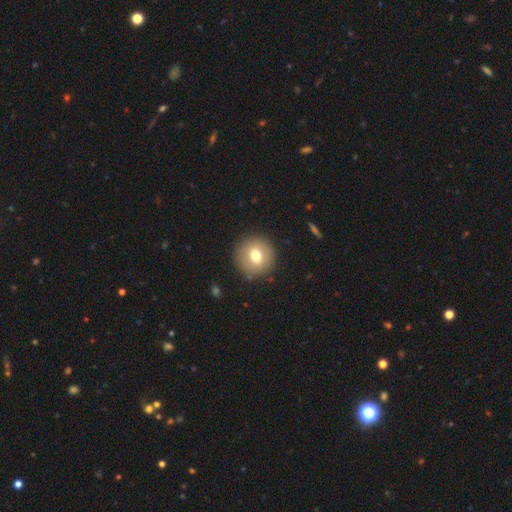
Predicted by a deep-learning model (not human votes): Morphology: type=smooth (70%); roundness=round (92%); merging=none (89%).